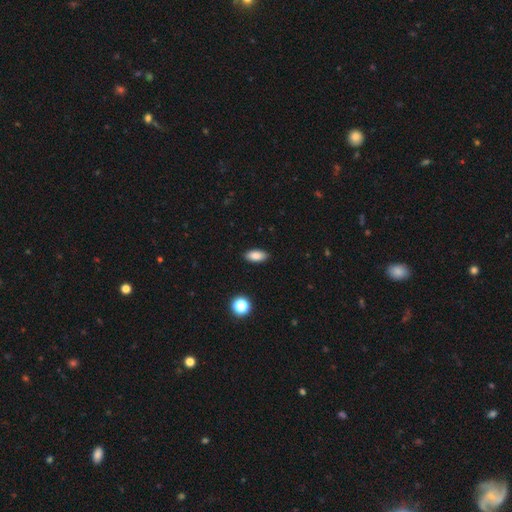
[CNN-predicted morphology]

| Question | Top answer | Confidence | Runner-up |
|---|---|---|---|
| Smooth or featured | smooth | 85% | star or artifact (9%) |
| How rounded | in between | 89% | cigar-shaped (7%) |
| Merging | none | 89% | minor disturbance (8%) |